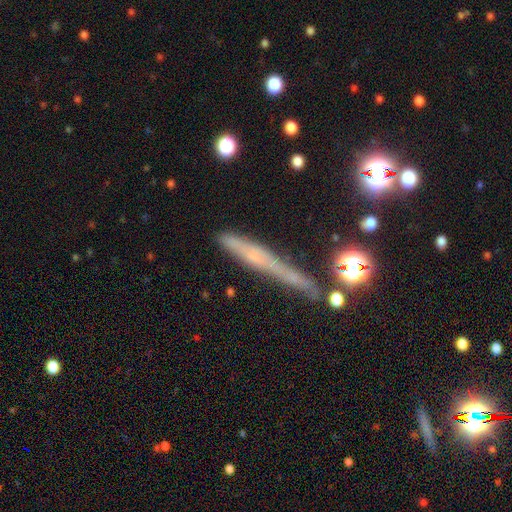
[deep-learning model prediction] A smooth galaxy with no disk features (44%). Merging: none (59%).